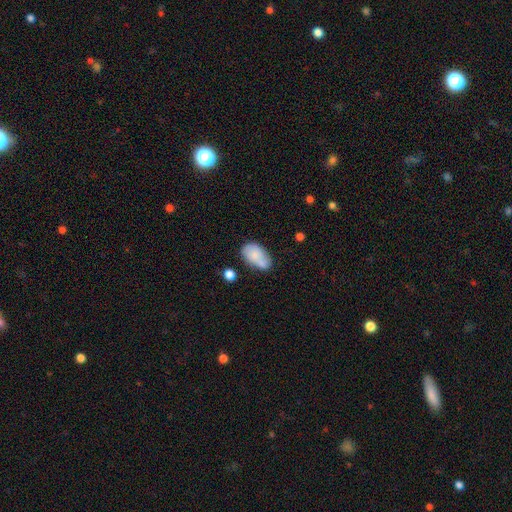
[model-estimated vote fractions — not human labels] Smooth or featured: smooth — 73% (featured or disk — 19%)
How rounded: in between — 91% (round — 8%)
Merging: none — 44% (minor disturbance — 25%)